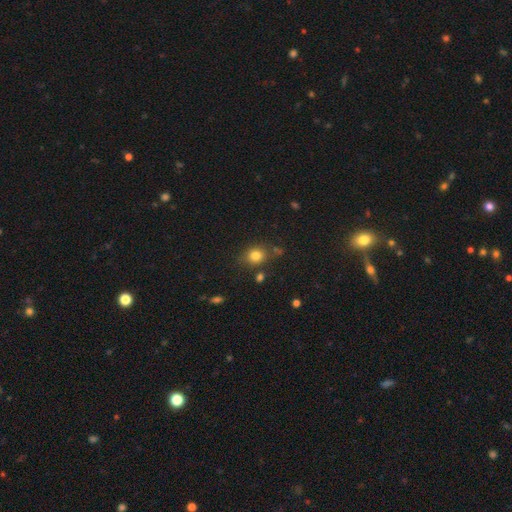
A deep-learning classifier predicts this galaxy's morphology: Q: Smooth or featured?
A: smooth (81%); runner-up: star or artifact (12%)
Q: How rounded?
A: round (58%); runner-up: in between (40%)
Q: Merging?
A: none (73%); runner-up: minor disturbance (15%)